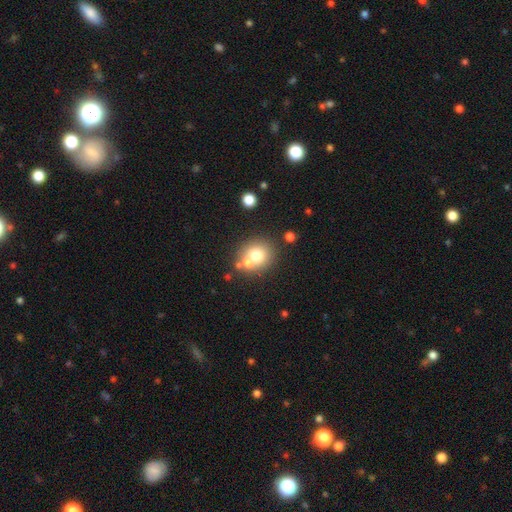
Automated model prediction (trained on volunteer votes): Smooth or featured? Predicted: smooth (p=0.69). How rounded? Predicted: round (p=0.83). Merging? Predicted: none (p=0.58).